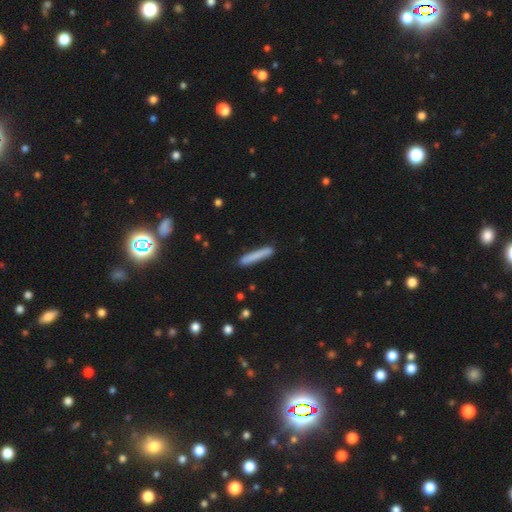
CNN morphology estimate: This appears to be a smooth galaxy with no disk features (79%) that is cigar-shaped (95%). Merging: none (88%).